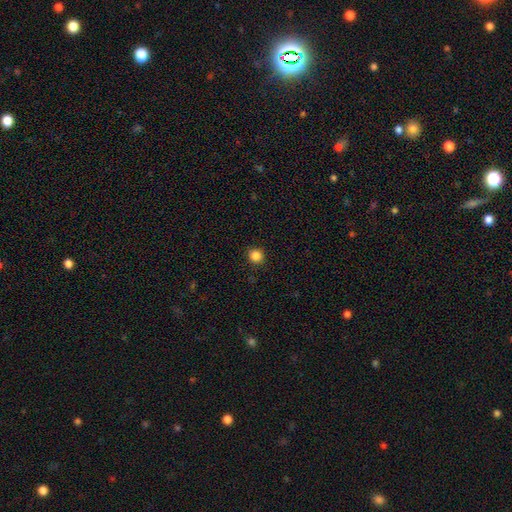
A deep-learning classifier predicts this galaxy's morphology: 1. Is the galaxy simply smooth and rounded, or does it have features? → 85% smooth, 11% star or artifact, 3% featured or disk.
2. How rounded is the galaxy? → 92% round, 7% in between, 1% cigar-shaped.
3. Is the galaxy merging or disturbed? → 91% none, 6% minor disturbance, 2% major disturbance, 1% merger.